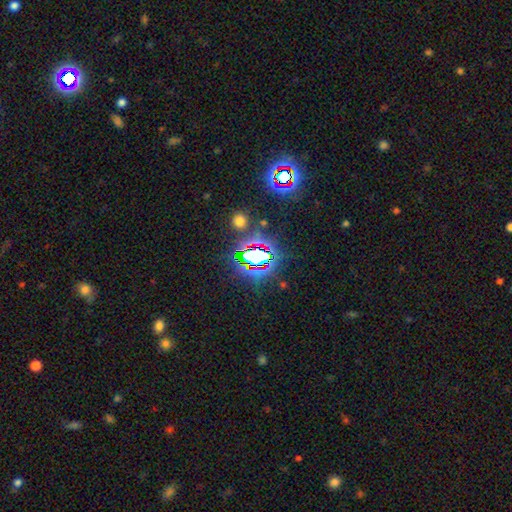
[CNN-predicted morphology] A star or artifact, not a galaxy (72%).